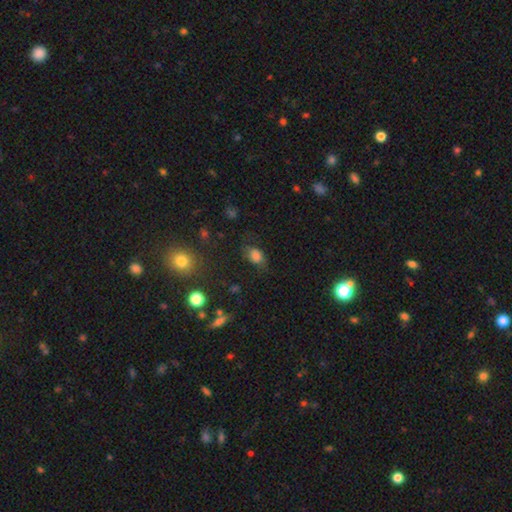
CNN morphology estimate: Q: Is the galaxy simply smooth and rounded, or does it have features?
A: smooth — 77%.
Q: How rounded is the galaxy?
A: in between — 74%.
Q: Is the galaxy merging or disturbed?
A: none — 61%.